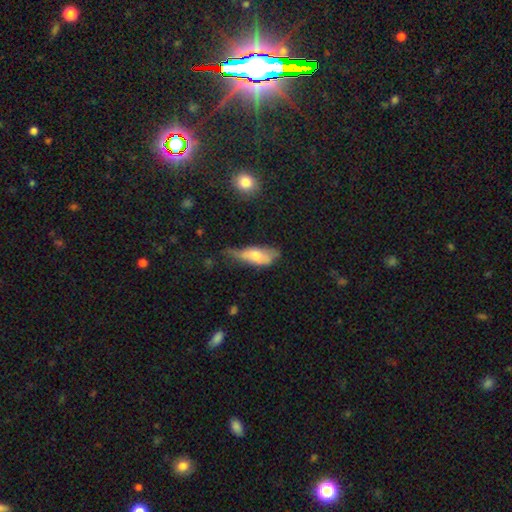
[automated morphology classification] Smooth or featured? smooth (66%)
How rounded? in between (71%)
Merging? minor disturbance (44%)